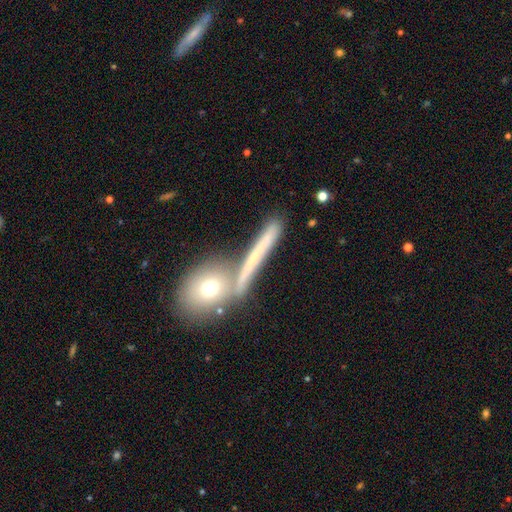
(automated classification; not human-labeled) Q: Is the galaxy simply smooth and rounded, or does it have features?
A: smooth — 46%.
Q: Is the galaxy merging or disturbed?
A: none — 65%.